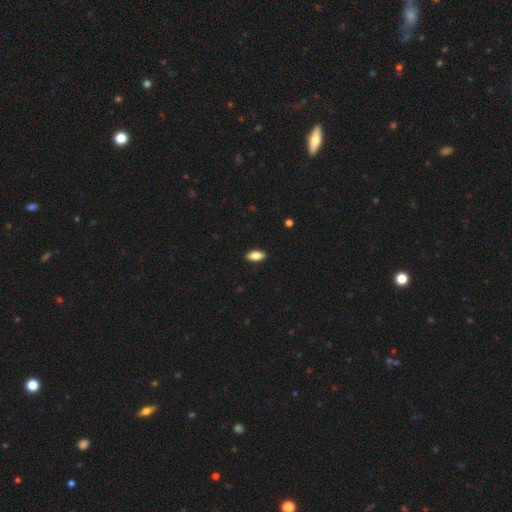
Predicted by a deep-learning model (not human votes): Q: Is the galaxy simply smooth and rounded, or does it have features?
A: smooth — 79%.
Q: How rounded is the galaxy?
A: in between — 87%.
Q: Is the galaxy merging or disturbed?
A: none — 90%.